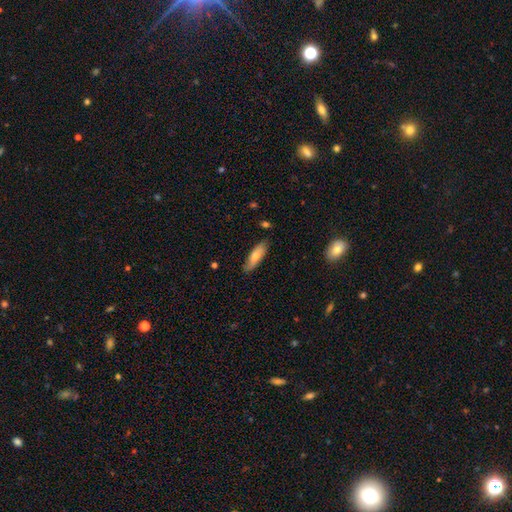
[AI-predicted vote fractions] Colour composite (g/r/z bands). It shows a smooth galaxy with no disk features (71%) that is cigar-shaped (51%). Merging: none (82%).